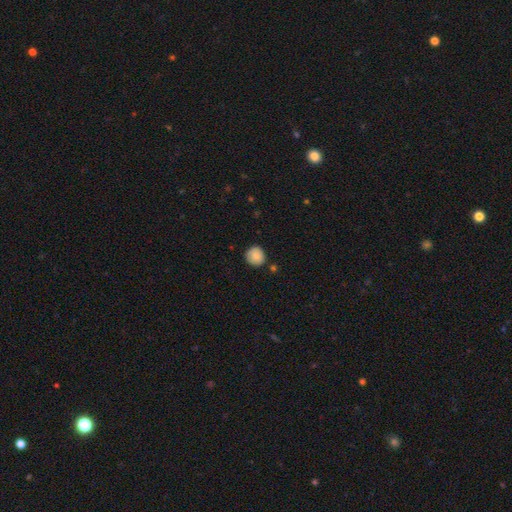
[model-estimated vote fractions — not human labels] This is clearly a smooth galaxy (85%). How rounded: clearly round (89%). Merging: clearly none (82%).